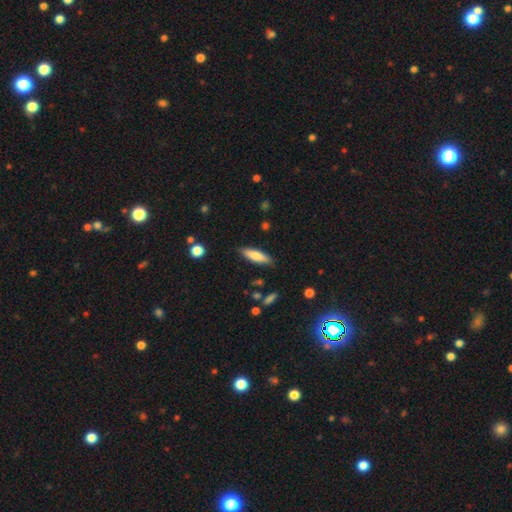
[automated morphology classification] Smooth or featured? Predicted: smooth (p=0.74). How rounded? Predicted: cigar-shaped (p=0.58). Merging? Predicted: none (p=0.85).